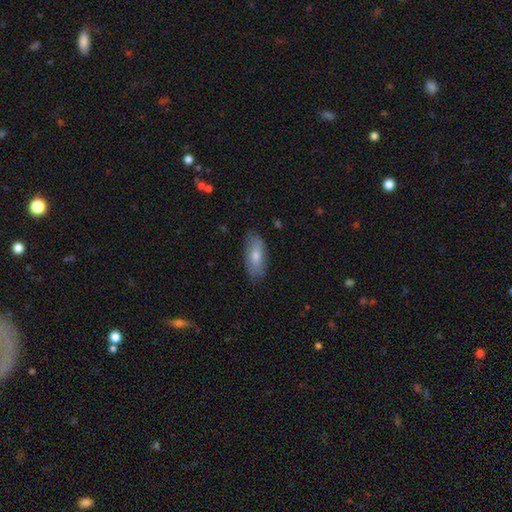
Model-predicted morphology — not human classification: Smooth or featured: smooth — 62% (featured or disk — 31%)
How rounded: in between — 74% (cigar-shaped — 23%)
Merging: none — 80% (minor disturbance — 15%)